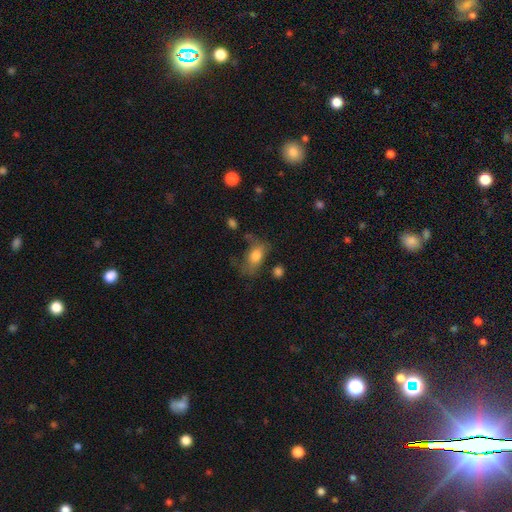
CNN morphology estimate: smooth-or-featured: smooth: 72% | featured or disk: 19% | star or artifact: 9%
  how-rounded: in between: 84% | round: 12% | cigar-shaped: 4%
  merging: none: 40% | minor disturbance: 28% | major disturbance: 26% | merger: 6%